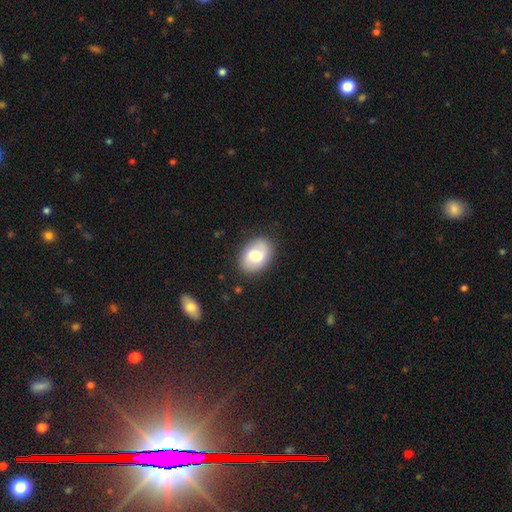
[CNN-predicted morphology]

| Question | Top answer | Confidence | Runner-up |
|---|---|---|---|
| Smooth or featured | smooth | 65% | featured or disk (29%) |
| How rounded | in between | 81% | round (18%) |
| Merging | none | 82% | minor disturbance (13%) |